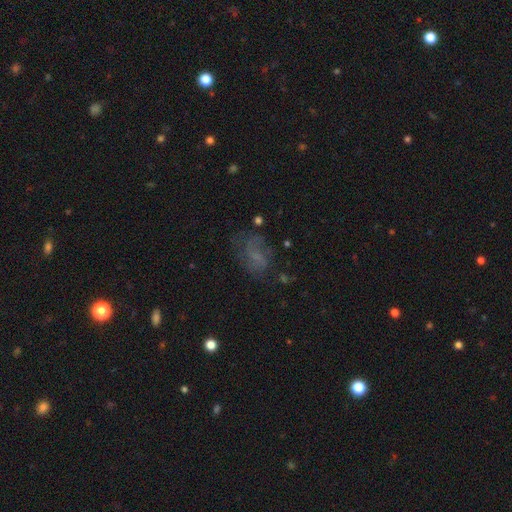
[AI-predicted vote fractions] Smooth or featured?
  - smooth: 40% *
  - featured or disk: 39%
  - star or artifact: 21%
Merging?
  - none: 51% *
  - major disturbance: 23%
  - minor disturbance: 22%
  - merger: 3%